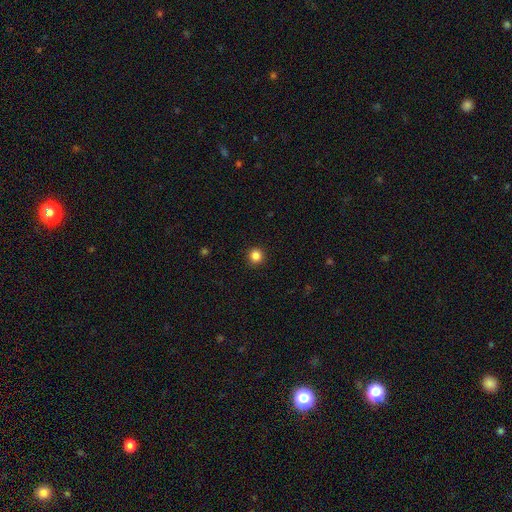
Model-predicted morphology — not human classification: type=smooth (85%); roundness=round (93%); merging=none (92%).